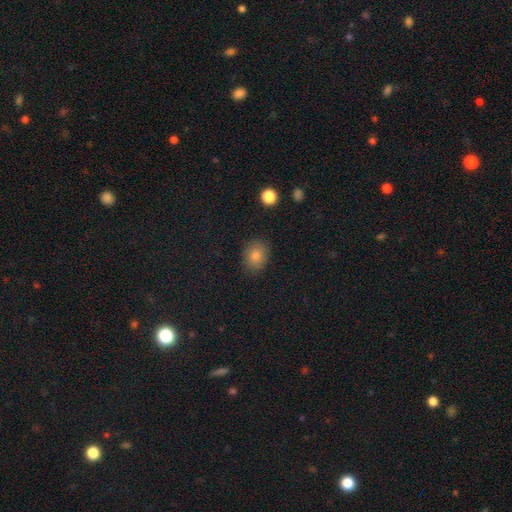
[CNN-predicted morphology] A smooth galaxy with no disk features (83%) that is round (56%). Merging: none (84%).